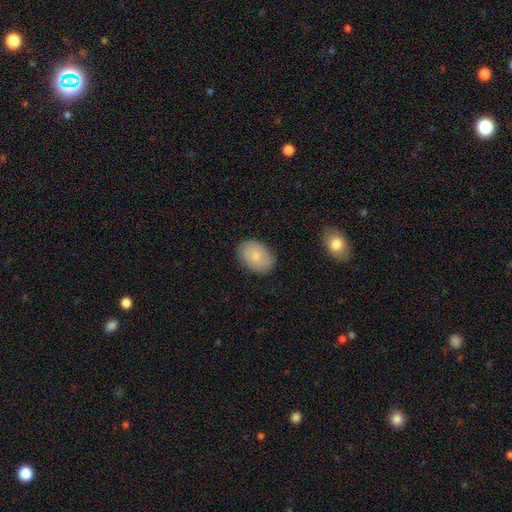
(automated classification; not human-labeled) The model was most divided on "smooth or featured": smooth: 76%, featured or disk: 18%, star or artifact: 7%. More confident: merging — none (82%); how rounded — in between (79%).